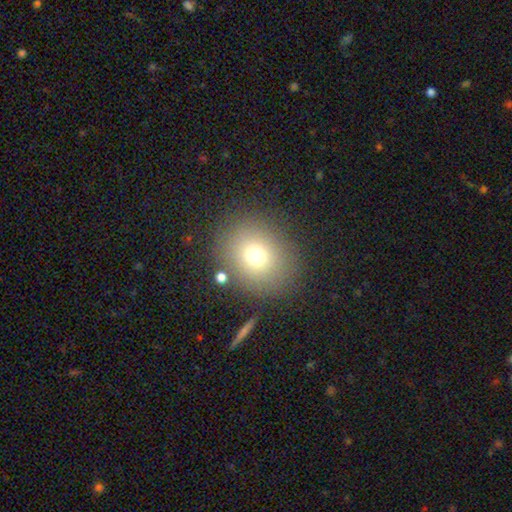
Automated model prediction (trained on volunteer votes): Overall: smooth (70%). How rounded: round (74%). Merging: none (82%).